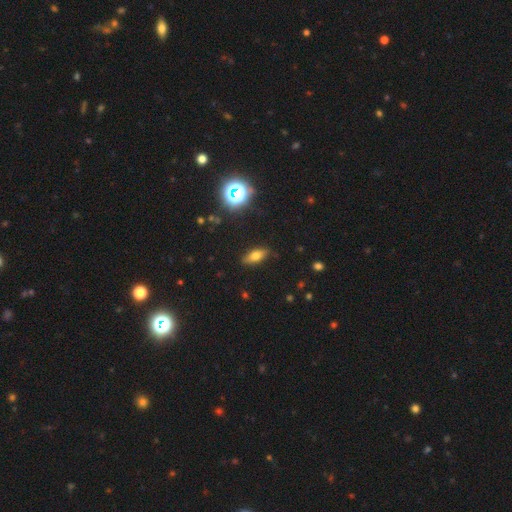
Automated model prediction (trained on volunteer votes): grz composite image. It shows a smooth galaxy with no disk features (66%) that is in between round and cigar-shaped (73%). Merging: none (86%).